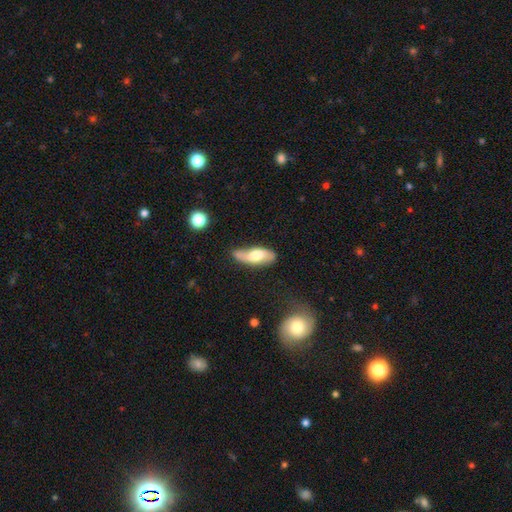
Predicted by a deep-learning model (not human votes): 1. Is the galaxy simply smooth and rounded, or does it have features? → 51% smooth, 42% featured or disk, 6% star or artifact.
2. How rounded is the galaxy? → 70% in between, 27% cigar-shaped, 3% round.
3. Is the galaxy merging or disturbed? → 55% none, 31% minor disturbance, 9% major disturbance, 5% merger.